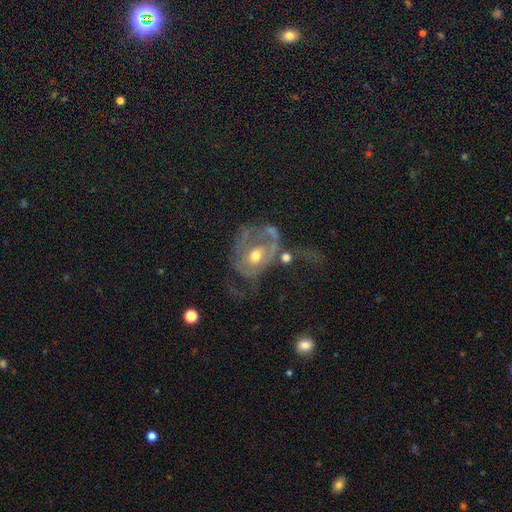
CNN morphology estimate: smooth-or-featured: featured or disk: 69% | smooth: 22% | star or artifact: 8%
  disk-edge-on: no: 96% | yes: 4%
    bar: no: 74% | weak: 20% | strong: 5%
    has-spiral-arms: yes: 53% | no: 47%
    bulge-size: moderate: 68% | small: 24% | large: 5% | none: 2% | dominant: 1%
  merging: major disturbance: 44% | none: 23% | minor disturbance: 17% | merger: 15%